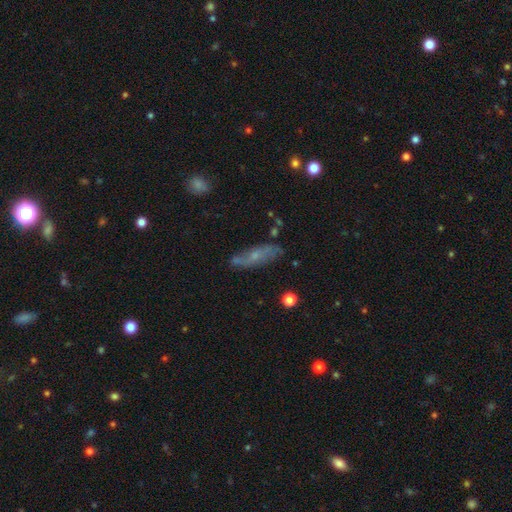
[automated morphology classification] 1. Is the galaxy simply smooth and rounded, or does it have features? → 52% featured or disk, 38% smooth, 11% star or artifact.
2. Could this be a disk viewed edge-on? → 64% no, 36% yes.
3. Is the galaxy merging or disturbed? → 72% none, 19% minor disturbance, 6% major disturbance, 3% merger.